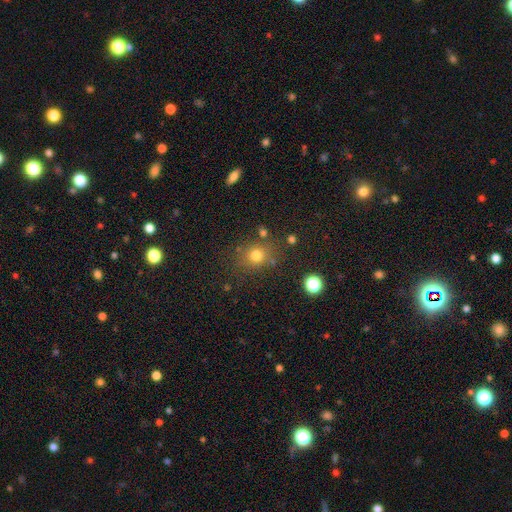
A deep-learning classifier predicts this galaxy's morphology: Smooth or featured: smooth — 75% (star or artifact — 16%)
How rounded: round — 76% (in between — 23%)
Merging: none — 77% (minor disturbance — 13%)